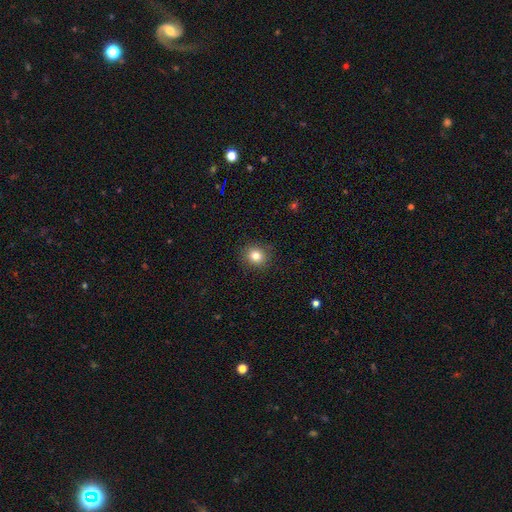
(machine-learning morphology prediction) A smooth galaxy with no disk features (81%) that is round (86%).

Vote fractions:
- Smooth or featured? smooth: 81% / star or artifact: 12% / featured or disk: 7%
- How rounded? round: 86% / in between: 13% / cigar-shaped: 1%
- Merging? none: 90% / minor disturbance: 7% / major disturbance: 2% / merger: 1%